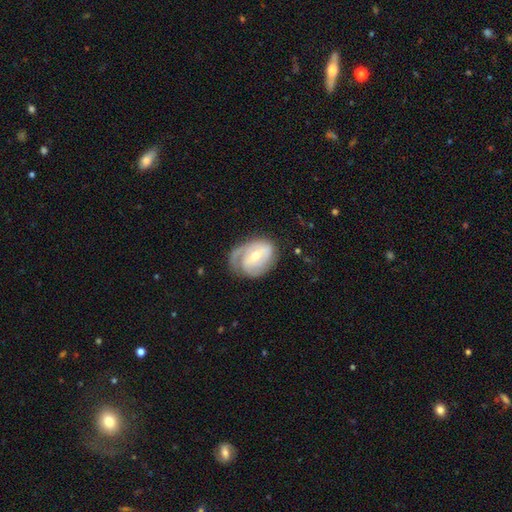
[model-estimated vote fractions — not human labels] Overall: featured or disk (78%). Edge-on disk: no (97%). Bar: weak (46%; no 33%). Spiral arms: yes (90%). Spiral arm count: 2 (43%; 1 29%). Spiral winding: tight (53%; medium 34%). Bulge size: moderate (60%; small 36%). Merging: none (58%; minor disturbance 26%).